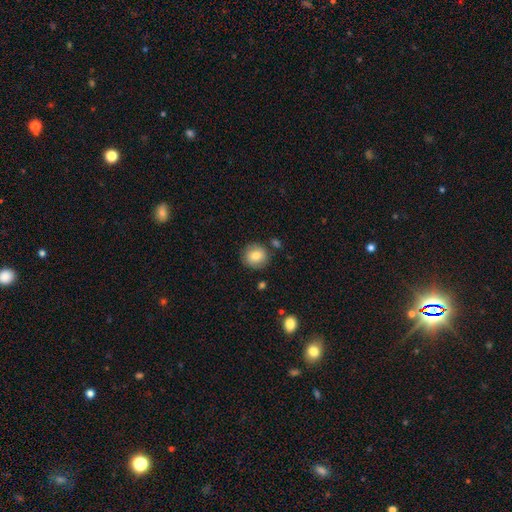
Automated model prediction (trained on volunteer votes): smooth-or-featured: smooth: 81% | featured or disk: 11% | star or artifact: 8%
  how-rounded: round: 89% | in between: 10% | cigar-shaped: 1%
  merging: none: 82% | minor disturbance: 11% | merger: 4% | major disturbance: 3%